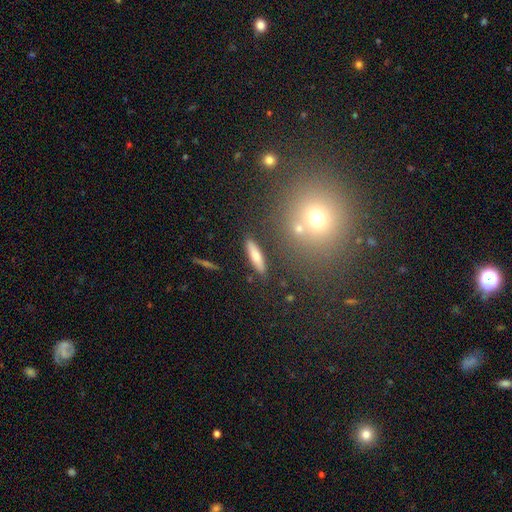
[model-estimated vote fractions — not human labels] Smooth or featured? smooth (69%)
How rounded? cigar-shaped (66%)
Merging? none (86%)